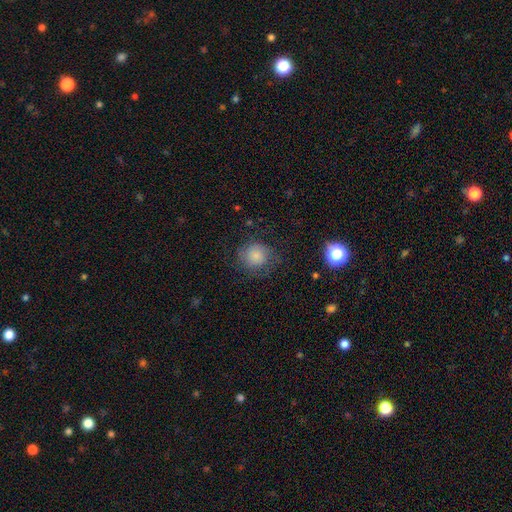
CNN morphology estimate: type=smooth (74%); roundness=round (88%); merging=none (68%).